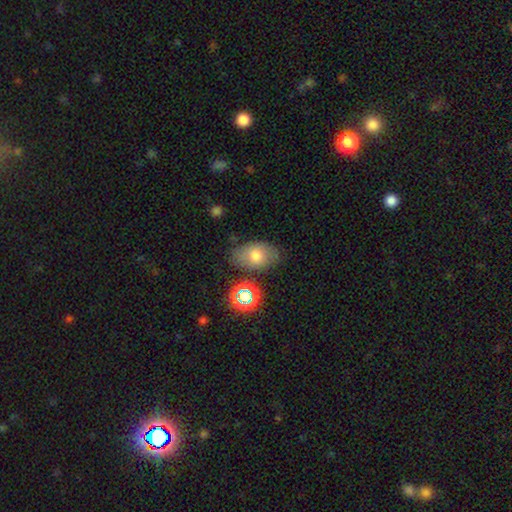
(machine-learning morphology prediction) type=smooth (72%); roundness=in between (85%); merging=none (73%).